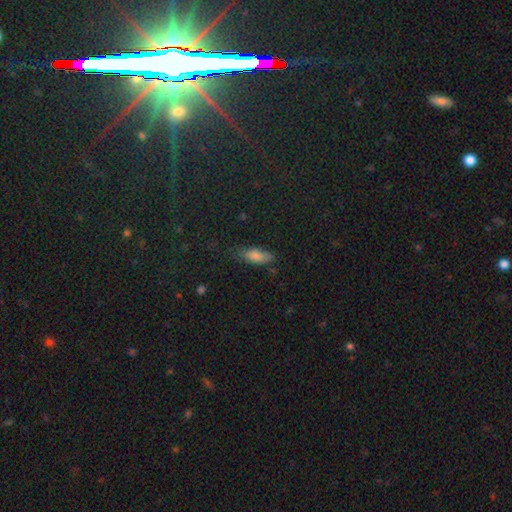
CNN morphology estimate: This appears to be a smooth galaxy with no disk features (75%) that is in between round and cigar-shaped (69%). Merging: none (72%).